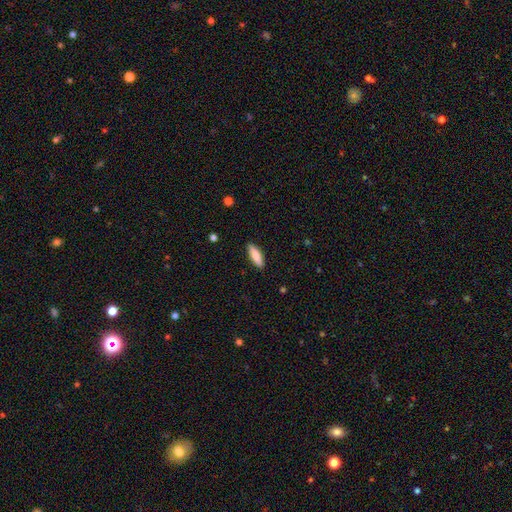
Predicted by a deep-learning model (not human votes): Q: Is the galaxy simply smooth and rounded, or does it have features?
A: smooth — 83%.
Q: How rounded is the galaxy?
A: cigar-shaped — 51%.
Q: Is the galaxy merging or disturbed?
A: none — 89%.